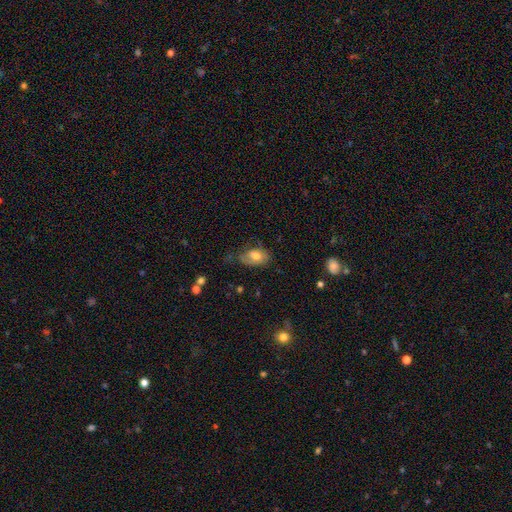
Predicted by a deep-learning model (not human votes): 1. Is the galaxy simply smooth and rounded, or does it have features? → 63% smooth, 29% featured or disk, 8% star or artifact.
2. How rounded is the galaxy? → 89% in between, 9% round, 2% cigar-shaped.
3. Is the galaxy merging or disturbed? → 44% none, 34% minor disturbance, 19% major disturbance, 3% merger.